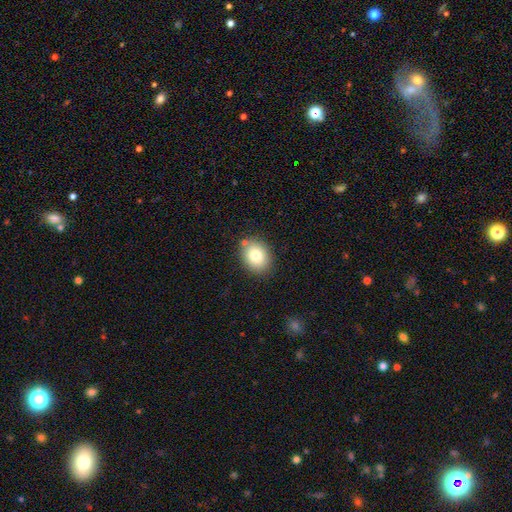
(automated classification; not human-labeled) smooth 80%, featured or disk 11%, star or artifact 9%. Down the decision tree: how rounded — in between (60%); merging — none (81%).